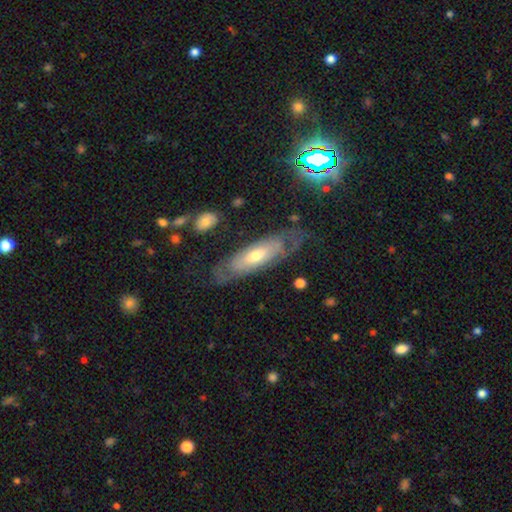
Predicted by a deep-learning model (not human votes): The model was most divided on "smooth or featured": featured or disk: 64%, smooth: 29%, star or artifact: 6%. More confident: edge-on disk — no (75%); merging — none (66%).